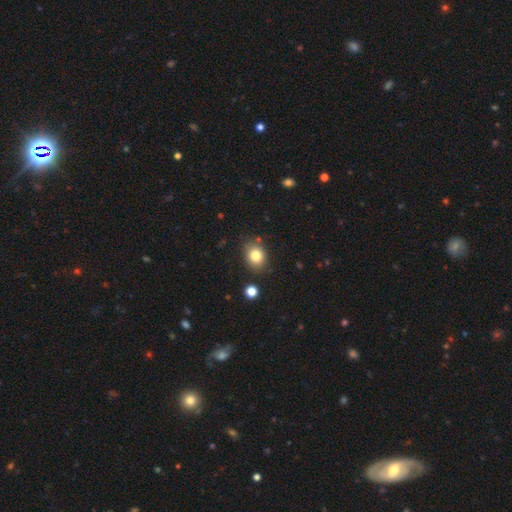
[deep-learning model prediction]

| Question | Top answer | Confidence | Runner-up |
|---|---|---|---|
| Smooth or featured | smooth | 81% | star or artifact (11%) |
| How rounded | round | 56% | in between (43%) |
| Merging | none | 82% | minor disturbance (12%) |